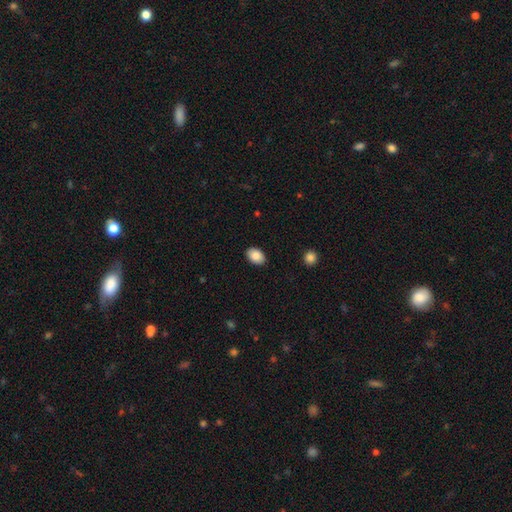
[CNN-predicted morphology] A smooth galaxy with no disk features (87%) that is in between round and cigar-shaped (82%). Merging: none (89%).